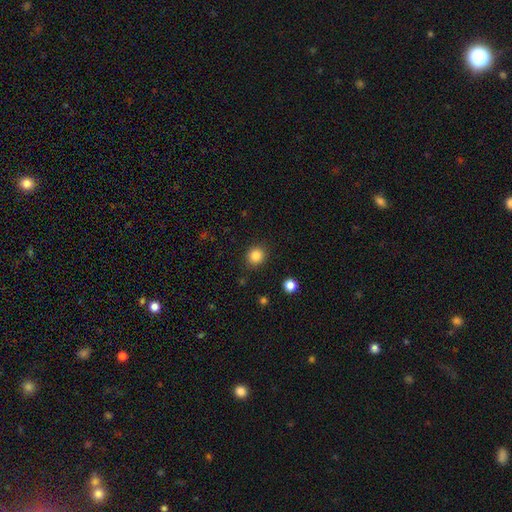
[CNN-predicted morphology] Q: Smooth or featured?
A: smooth (85%); runner-up: star or artifact (11%)
Q: How rounded?
A: round (84%); runner-up: in between (15%)
Q: Merging?
A: none (89%); runner-up: minor disturbance (7%)